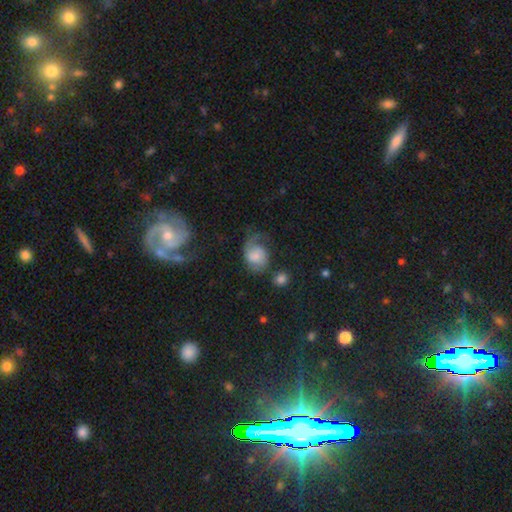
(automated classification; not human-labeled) Smooth or featured: smooth — 48% (featured or disk — 42%)
Merging: none — 35% (major disturbance — 33%)